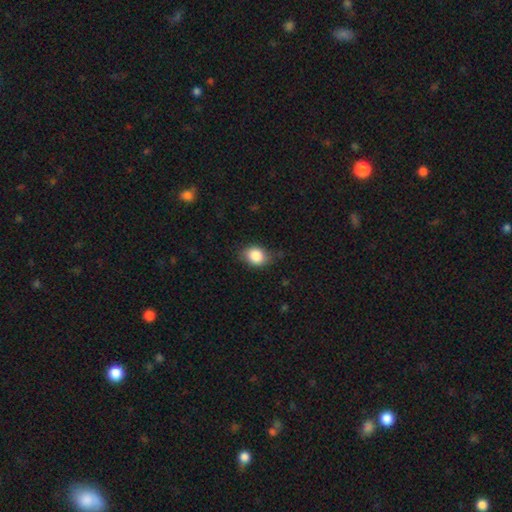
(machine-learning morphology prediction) Overall: smooth (85%). How rounded: in between (52%; round 47%). Merging: none (71%).